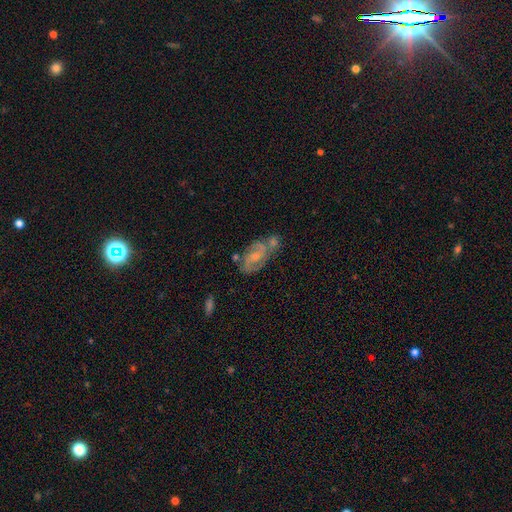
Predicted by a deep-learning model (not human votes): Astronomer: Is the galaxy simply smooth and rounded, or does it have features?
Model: featured or disk — 74%.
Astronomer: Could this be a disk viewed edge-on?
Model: no — 95%.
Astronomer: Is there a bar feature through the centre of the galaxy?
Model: weak — 46% (runner-up: no, 44%).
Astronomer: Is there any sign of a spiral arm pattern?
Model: yes — 91%.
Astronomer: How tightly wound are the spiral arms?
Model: medium — 52%.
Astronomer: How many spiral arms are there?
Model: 2 — 83%.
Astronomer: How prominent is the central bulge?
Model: small — 45% (runner-up: moderate, 38%).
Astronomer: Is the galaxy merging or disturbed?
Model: none — 52%.